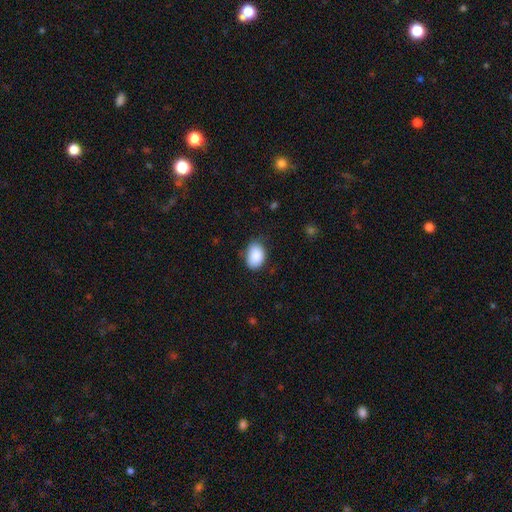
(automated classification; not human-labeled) Smooth or featured? smooth (90%)
How rounded? in between (83%)
Merging? none (73%)